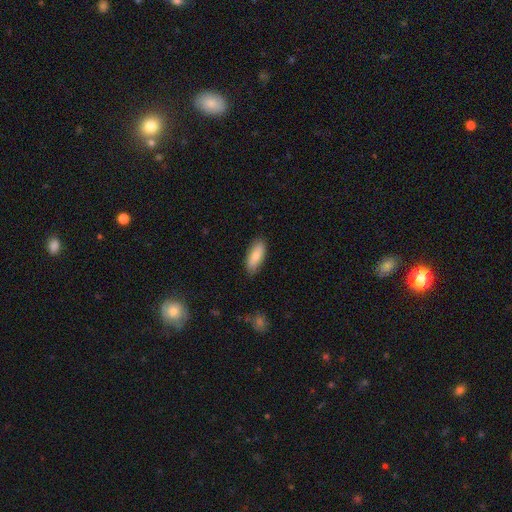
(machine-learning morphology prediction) smooth 80%, featured or disk 14%, star or artifact 6%. Down the decision tree: how rounded — in between (77%); merging — none (85%).